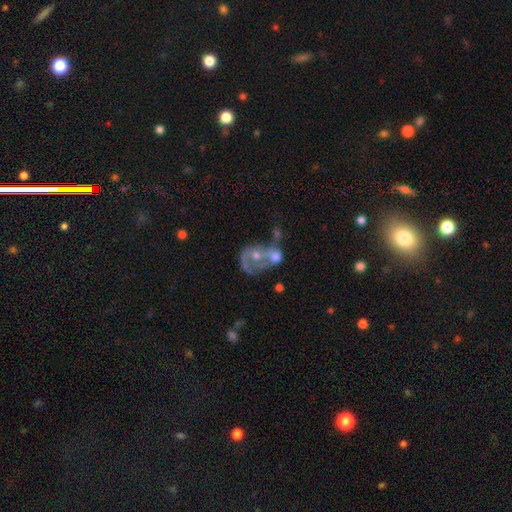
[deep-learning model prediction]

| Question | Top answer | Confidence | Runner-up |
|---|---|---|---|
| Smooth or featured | featured or disk | 62% | smooth (28%) |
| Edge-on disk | no | 97% | yes (3%) |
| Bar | no | 80% | weak (16%) |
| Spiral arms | no | 57% | yes (43%) |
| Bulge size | moderate | 54% | small (29%) |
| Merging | merger | 58% | major disturbance (17%) |